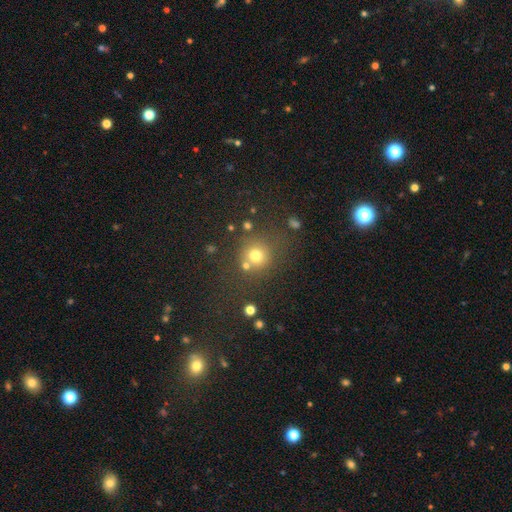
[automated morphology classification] smooth-or-featured: smooth: 74% | star or artifact: 18% | featured or disk: 8%
  how-rounded: round: 90% | in between: 9% | cigar-shaped: 1%
  merging: none: 68% | merger: 15% | minor disturbance: 11% | major disturbance: 6%